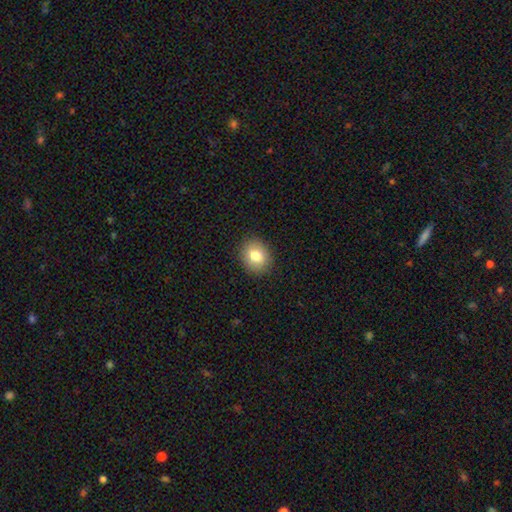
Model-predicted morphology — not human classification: Smooth or featured: smooth — 81% (featured or disk — 10%)
How rounded: round — 55% (in between — 44%)
Merging: none — 89% (minor disturbance — 8%)